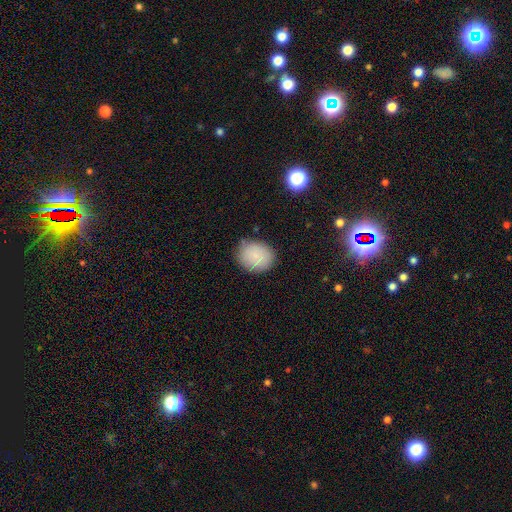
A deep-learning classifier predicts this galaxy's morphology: Overall: smooth (83%). How rounded: round (59%; in between 40%). Merging: none (82%).